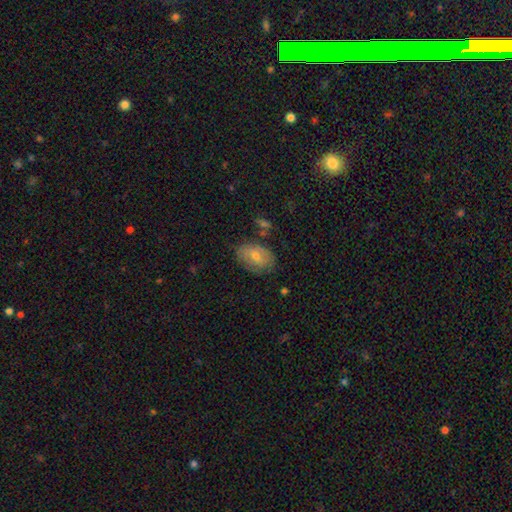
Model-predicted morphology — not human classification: This appears to be a smooth galaxy with no disk features (58%) that is in between round and cigar-shaped (85%). Merging: none (77%).